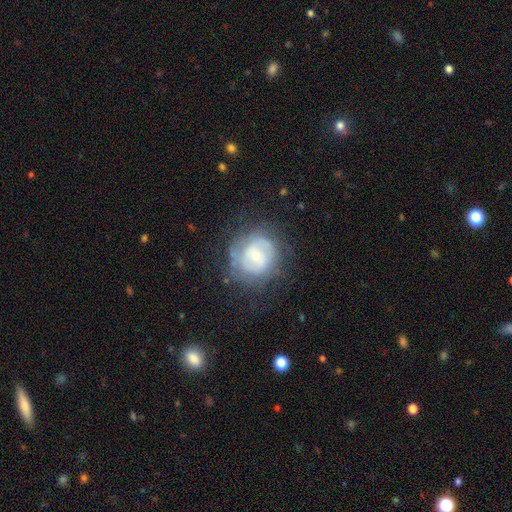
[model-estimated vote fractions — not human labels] Overall: featured or disk (58%; smooth 34%). Edge-on disk: no (98%). Bar: no (56%; weak 37%). Spiral arms: yes (75%). Bulge size: small (54%; moderate 32%). Merging: none (66%).